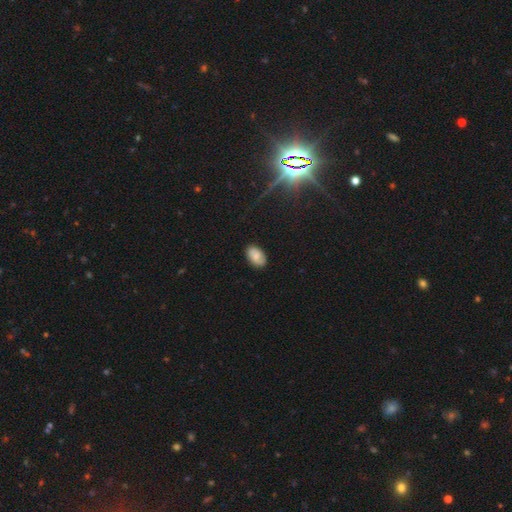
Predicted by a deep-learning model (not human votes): A smooth galaxy with no disk features (71%) that is in between round and cigar-shaped (92%). Merging: none (81%).